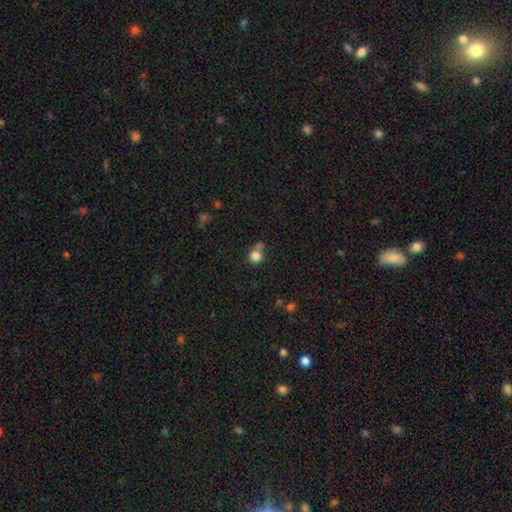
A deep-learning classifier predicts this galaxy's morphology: smooth_or_featured: smooth (p=0.82) [alt: star or artifact p=0.11]
how_rounded: round (p=0.84) [alt: in between p=0.15]
merging: none (p=0.50) [alt: merger p=0.23]